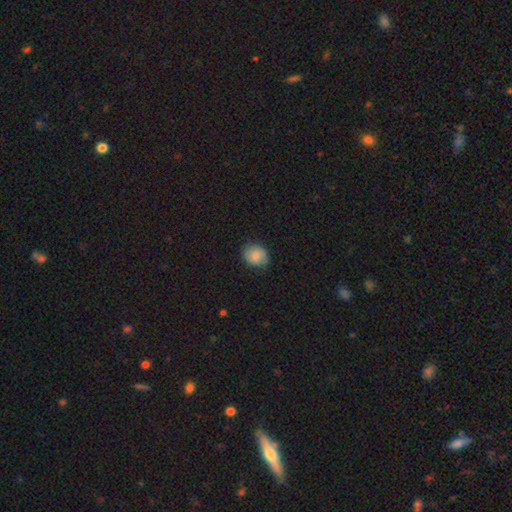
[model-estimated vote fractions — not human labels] Overall: smooth (75%). How rounded: round (63%; in between 36%). Merging: none (72%).